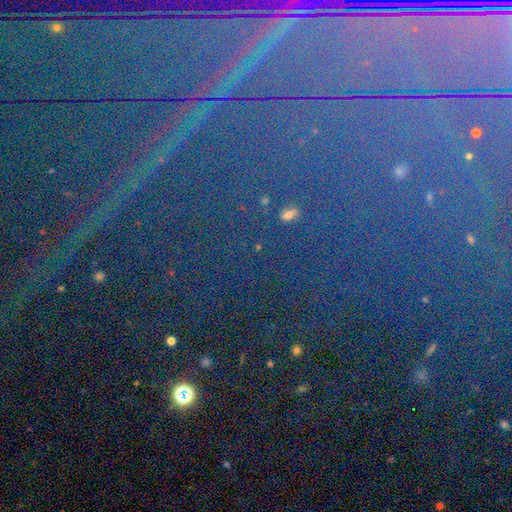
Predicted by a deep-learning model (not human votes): A star or artifact, not a galaxy (83%).